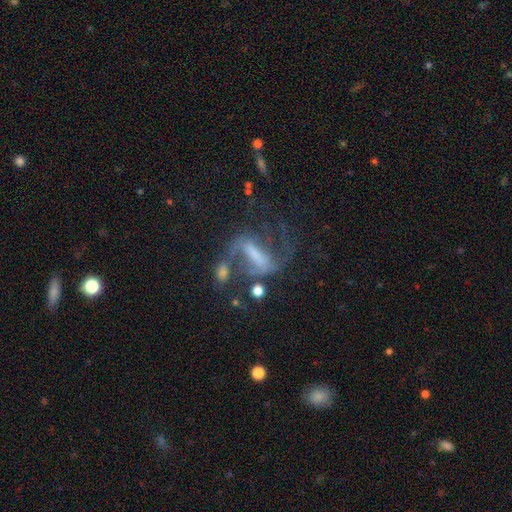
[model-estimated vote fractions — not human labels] This is likely a featured or disk galaxy (78%). It is clearly not viewed edge-on (94%). Bar: possibly strong (59%). Spiral arm pattern: clearly yes (87%). Spiral arm count: clearly 2 (83%). Spiral winding: possibly loose (57%). Central bulge: marginally none (38%). Merging: marginally none (40%).